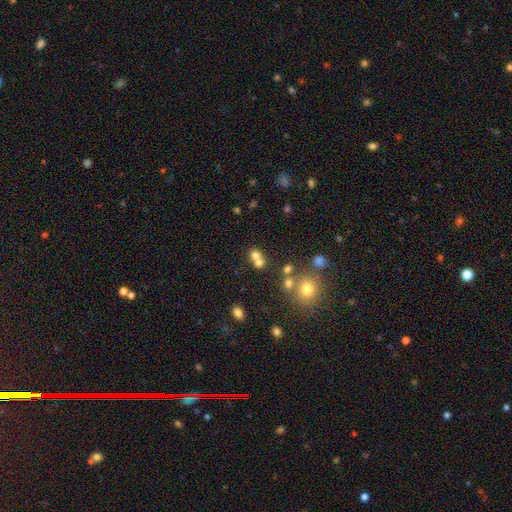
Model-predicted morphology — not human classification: This appears to be a smooth galaxy with no disk features (68%) that is round (78%). Merging: merger (51%).